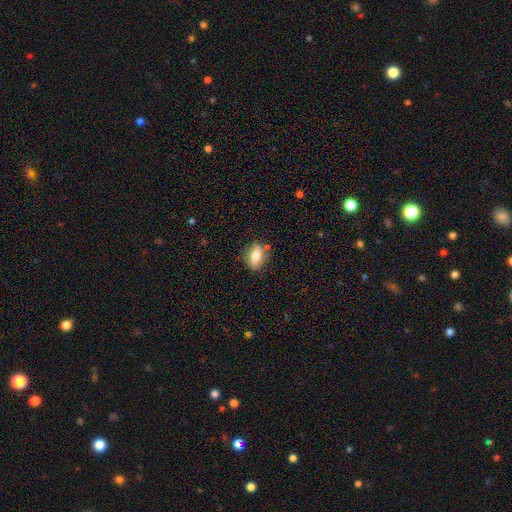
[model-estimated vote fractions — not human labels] Morphology: type=smooth (62%); roundness=in between (73%); merging=none (78%).